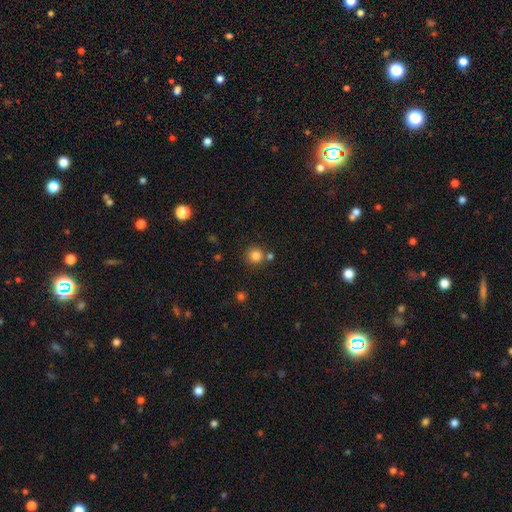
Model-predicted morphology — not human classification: A smooth galaxy with no disk features (82%) that is round (91%). Merging: none (73%).